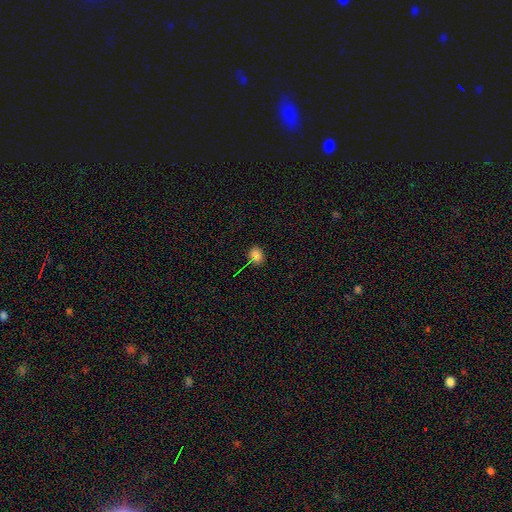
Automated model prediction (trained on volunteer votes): Q: Smooth or featured?
A: smooth (76%); runner-up: star or artifact (18%)
Q: How rounded?
A: in between (54%); runner-up: round (44%)
Q: Merging?
A: none (78%); runner-up: minor disturbance (14%)